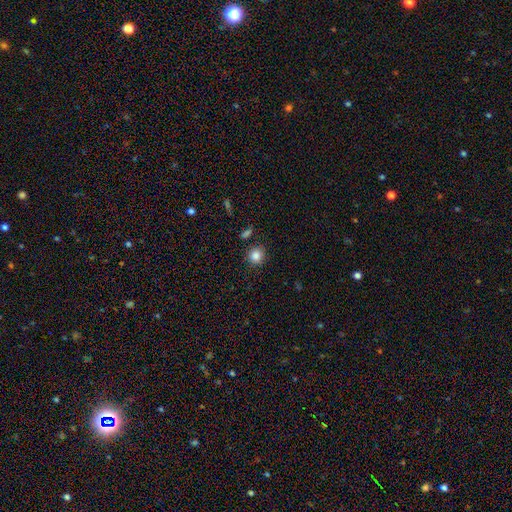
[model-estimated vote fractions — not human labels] The model was most divided on "smooth or featured": smooth: 85%, star or artifact: 11%, featured or disk: 4%. More confident: how rounded — round (89%); merging — none (85%).